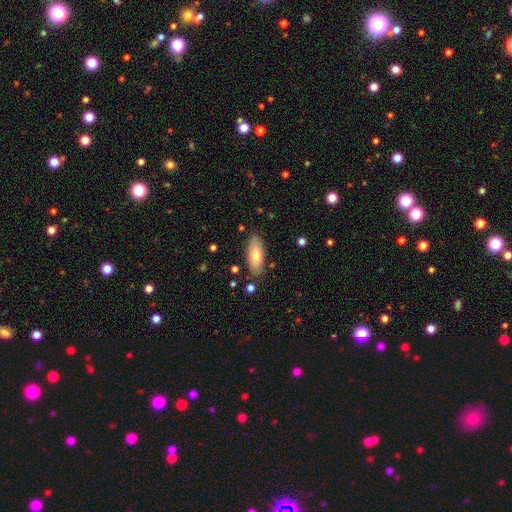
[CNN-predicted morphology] A smooth galaxy with no disk features (72%) that is in between round and cigar-shaped (78%). Merging: none (85%).